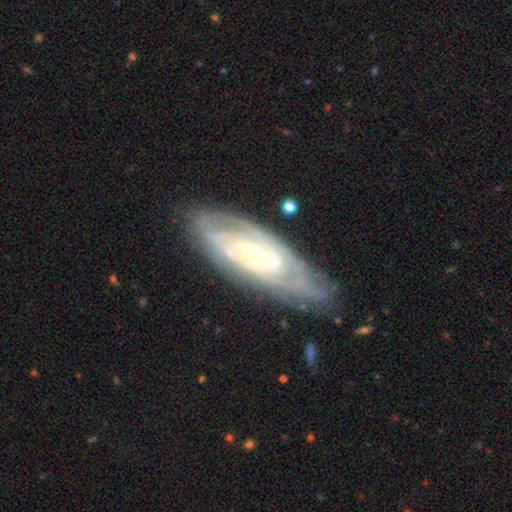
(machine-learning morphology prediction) A featured or disk galaxy (81%) with no bar (39%, tied with weak), tight (65%) spiral arms (91%) and a small central bulge (72%).

Vote fractions:
- Smooth or featured? featured or disk: 81% / smooth: 12% / star or artifact: 6%
- Edge-on disk? no: 87% / yes: 13%
- Bar? no: 39% (tied) / weak: 39% (tied) / strong: 23%
- Spiral arms? yes: 91% / no: 9%
- Spiral winding? tight: 65% / medium: 28% / loose: 6%
- Spiral arm count? can't tell: 44% / 2: 29% / 3: 12% / 4: 7% / more than 4: 4% / 1: 4%
- Bulge size? small: 72% / moderate: 22% / none: 3% / large: 2% / dominant: 1%
- Merging? none: 74% / minor disturbance: 18% / major disturbance: 6% / merger: 2%